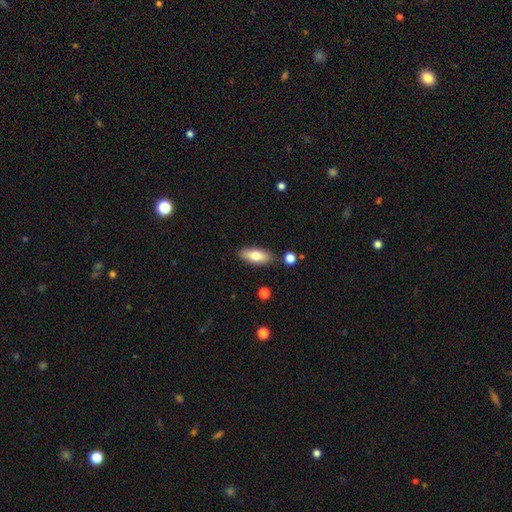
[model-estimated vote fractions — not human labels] Smooth or featured? Predicted: smooth (p=0.77). How rounded? Predicted: in between (p=0.77). Merging? Predicted: none (p=0.85).